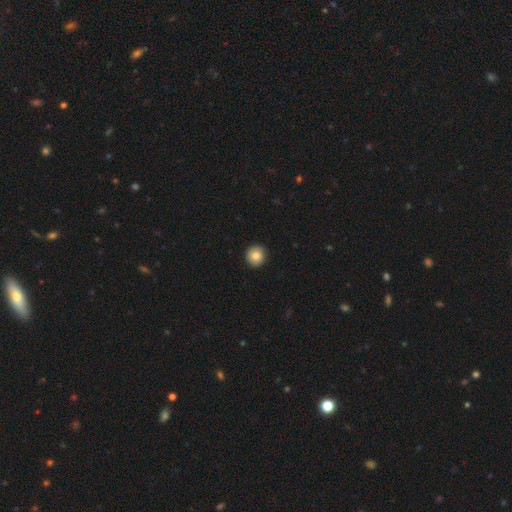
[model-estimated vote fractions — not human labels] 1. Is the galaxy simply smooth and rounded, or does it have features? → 86% smooth, 9% star or artifact, 6% featured or disk.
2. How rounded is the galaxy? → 92% round, 7% in between, 1% cigar-shaped.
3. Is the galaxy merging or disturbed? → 92% none, 5% minor disturbance, 1% major disturbance, 1% merger.